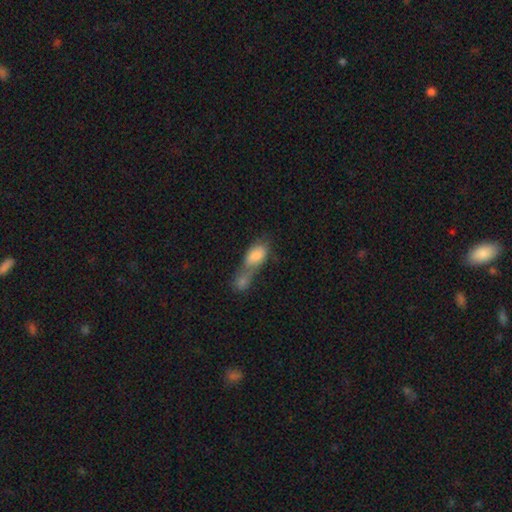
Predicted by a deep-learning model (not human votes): Morphology: type=smooth (78%); roundness=in between (85%); merging=merger (72%).